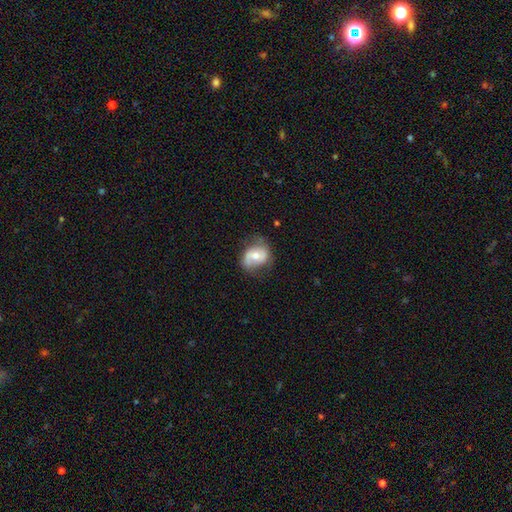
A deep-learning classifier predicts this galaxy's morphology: Smooth or featured? Predicted: featured or disk (p=0.53). Edge-on disk? Predicted: no (p=0.96). Bar? Predicted: no (p=0.64). Spiral arms? Predicted: yes (p=0.69). Bulge size? Predicted: moderate (p=0.68). Merging? Predicted: none (p=0.60).